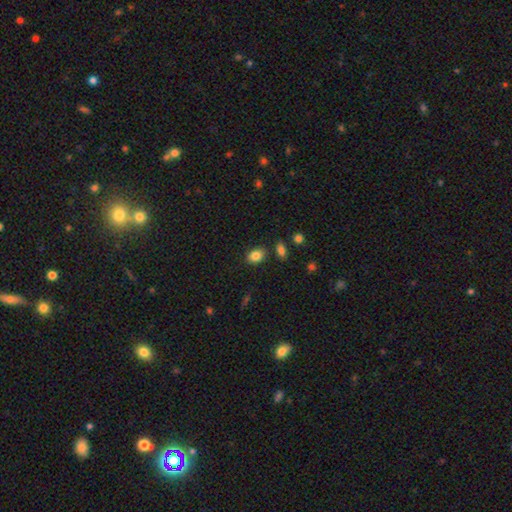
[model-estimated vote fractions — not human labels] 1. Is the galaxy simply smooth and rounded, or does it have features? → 85% smooth, 9% star or artifact, 6% featured or disk.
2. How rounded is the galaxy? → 71% in between, 28% round, 1% cigar-shaped.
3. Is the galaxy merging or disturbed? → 83% none, 10% minor disturbance, 4% merger, 3% major disturbance.